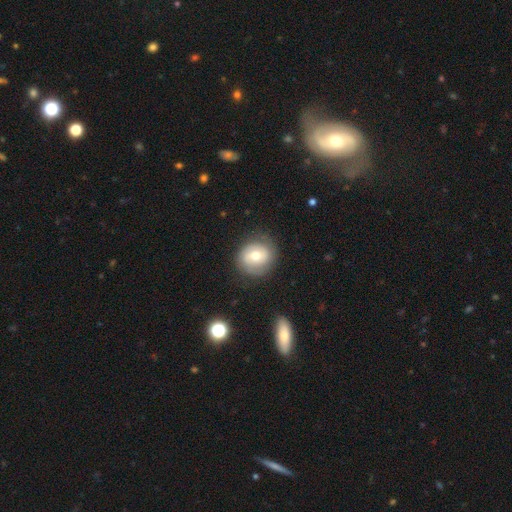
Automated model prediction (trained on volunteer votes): The model was most divided on "smooth or featured": smooth: 54%, featured or disk: 38%, star or artifact: 8%. More confident: how rounded — round (82%); merging — none (78%).